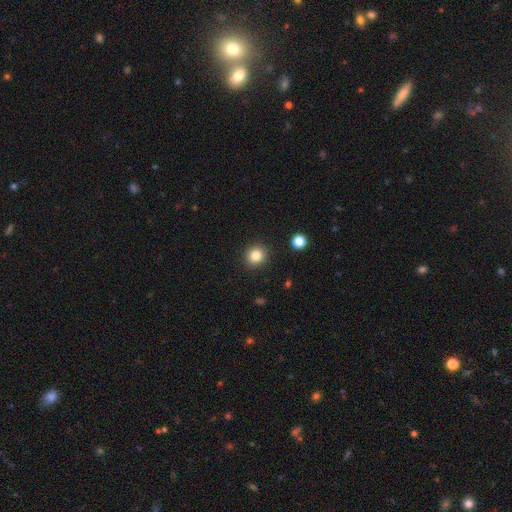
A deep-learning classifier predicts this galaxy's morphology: Smooth or featured? smooth (83%)
How rounded? round (87%)
Merging? none (91%)